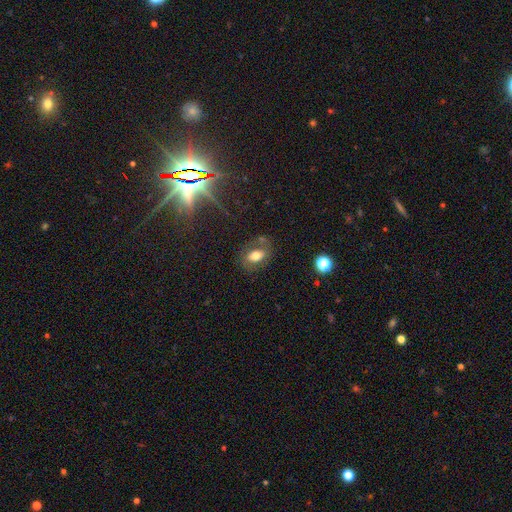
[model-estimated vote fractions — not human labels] Smooth or featured? smooth (56%)
How rounded? in between (80%)
Merging? none (68%)